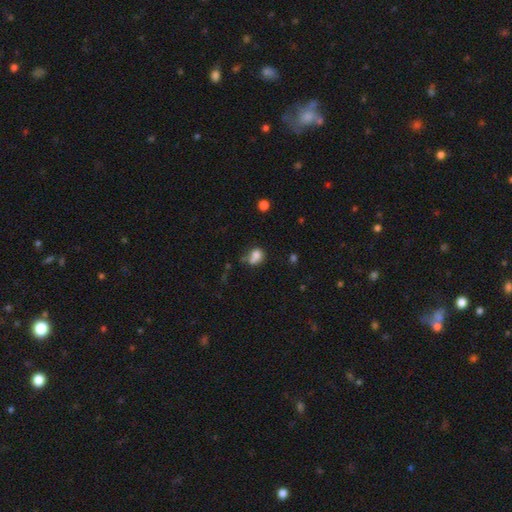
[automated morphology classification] Smooth or featured? smooth (77%)
How rounded? round (50%)
Merging? none (36%)